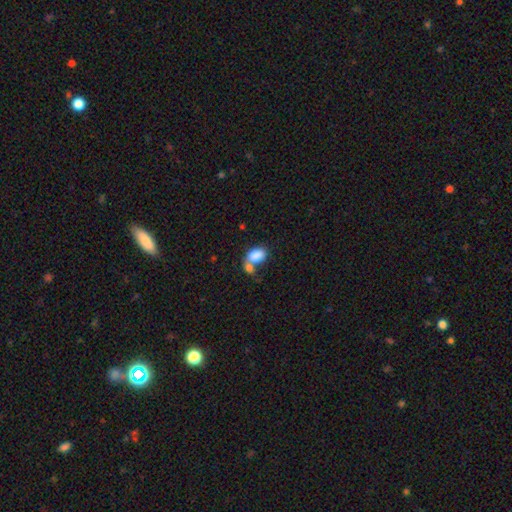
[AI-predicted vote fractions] Morphology: type=smooth (84%); roundness=in between (85%); merging=merger (54%).